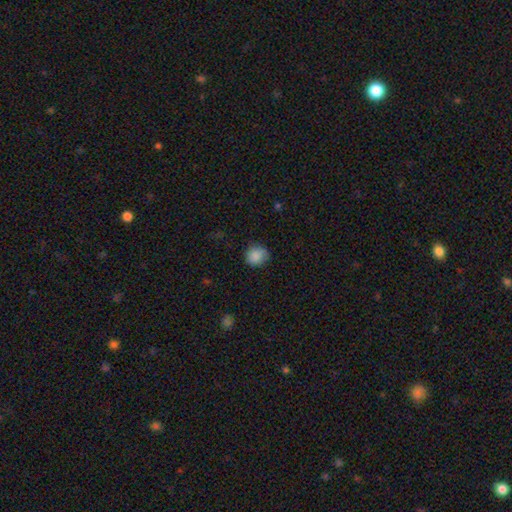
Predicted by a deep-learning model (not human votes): This appears to be a smooth galaxy with no disk features (87%) that is round (85%). Merging: none (77%).